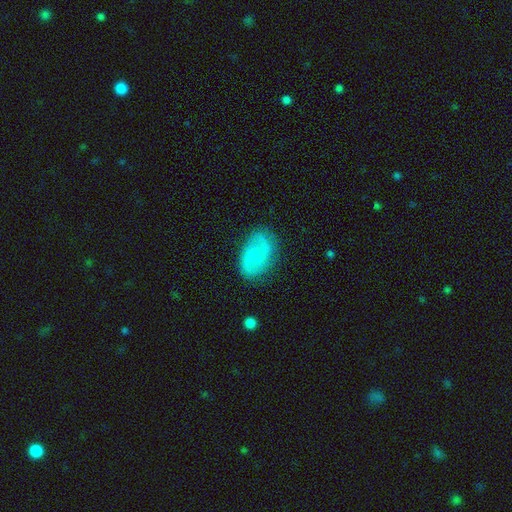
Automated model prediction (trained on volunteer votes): The model was most divided on "spiral winding": medium: 48%, loose: 29%, tight: 24%. More confident: edge-on disk — no (97%); spiral arms — yes (91%); spiral arm count — 2 (85%); merging — none (78%); bulge size — small (69%); smooth or featured — featured or disk (66%); bar — no (63%).